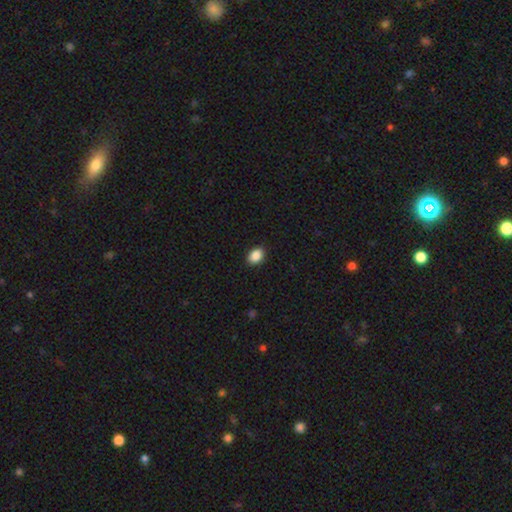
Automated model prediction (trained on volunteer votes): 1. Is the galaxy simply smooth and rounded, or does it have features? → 89% smooth, 8% star or artifact, 3% featured or disk.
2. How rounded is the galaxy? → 80% in between, 19% round, 1% cigar-shaped.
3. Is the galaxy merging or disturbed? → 90% none, 7% minor disturbance, 2% major disturbance, 1% merger.